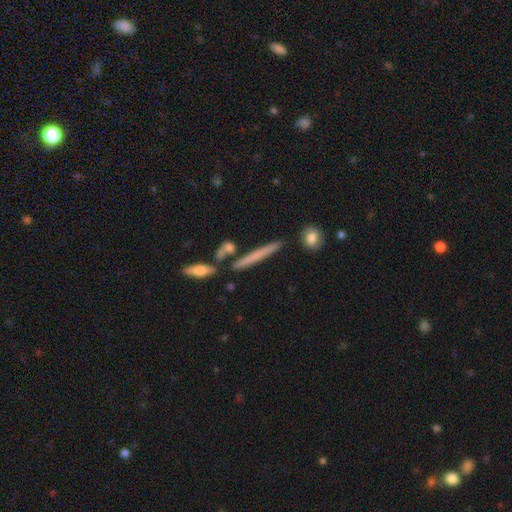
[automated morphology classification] smooth_or_featured: smooth (p=0.57) [alt: featured or disk p=0.35]
how_rounded: cigar-shaped (p=0.93) [alt: in between p=0.04]
merging: none (p=0.80) [alt: minor disturbance p=0.10]